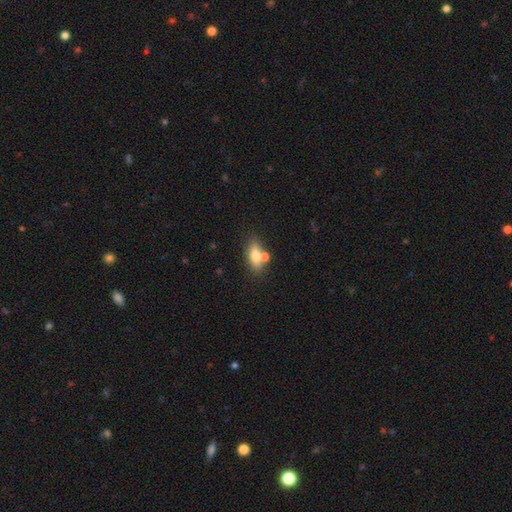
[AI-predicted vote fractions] Q: Smooth or featured?
A: smooth (65%); runner-up: featured or disk (26%)
Q: How rounded?
A: in between (71%); runner-up: cigar-shaped (23%)
Q: Merging?
A: none (60%); runner-up: merger (23%)